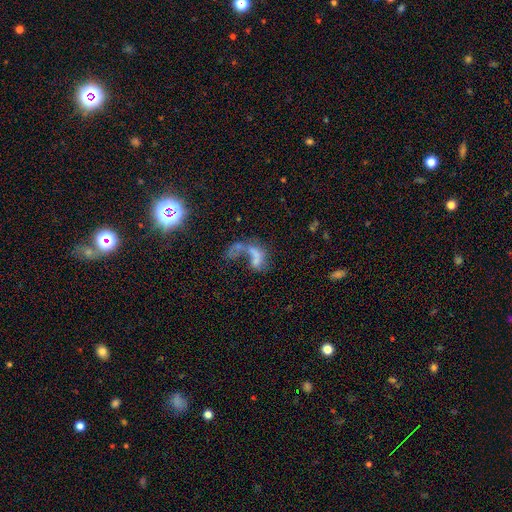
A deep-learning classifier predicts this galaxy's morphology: smooth-or-featured: featured or disk: 44% | smooth: 41% | star or artifact: 15%
  merging: merger: 41% | major disturbance: 36% | none: 15% | minor disturbance: 8%